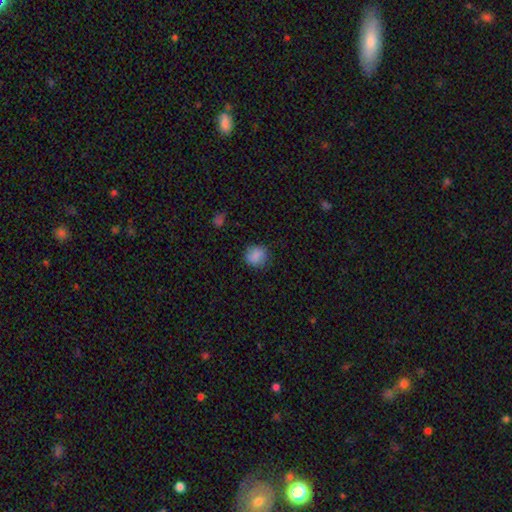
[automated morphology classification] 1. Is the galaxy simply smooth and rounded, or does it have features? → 85% smooth, 9% star or artifact, 6% featured or disk.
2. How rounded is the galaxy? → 83% round, 16% in between, 1% cigar-shaped.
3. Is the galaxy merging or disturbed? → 81% none, 14% minor disturbance, 4% major disturbance, 1% merger.